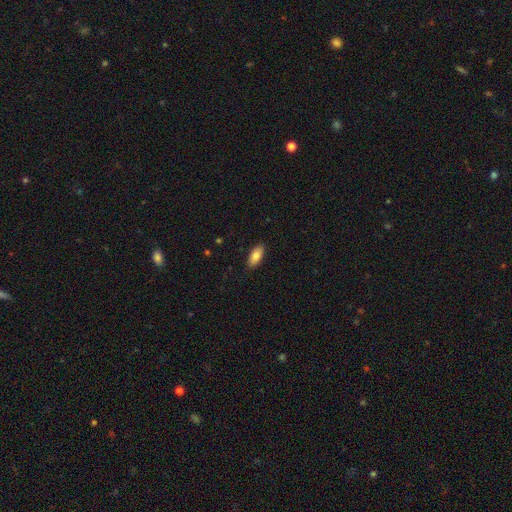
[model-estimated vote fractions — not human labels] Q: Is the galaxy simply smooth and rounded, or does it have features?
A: smooth — 83%.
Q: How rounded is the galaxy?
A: in between — 88%.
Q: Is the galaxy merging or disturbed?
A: none — 89%.